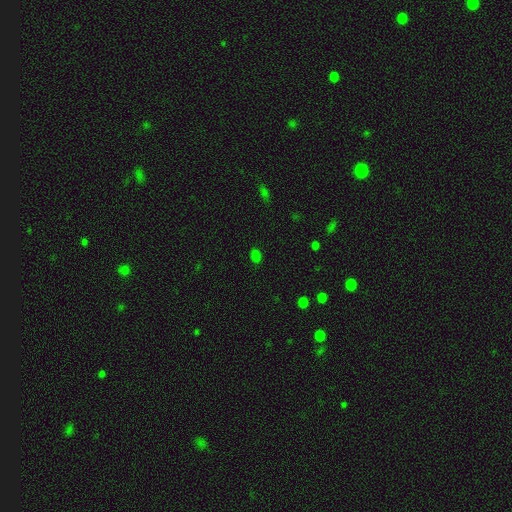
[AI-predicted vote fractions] smooth 72%, star or artifact 23%, featured or disk 5%. Down the decision tree: how rounded — in between (73%); merging — none (86%).